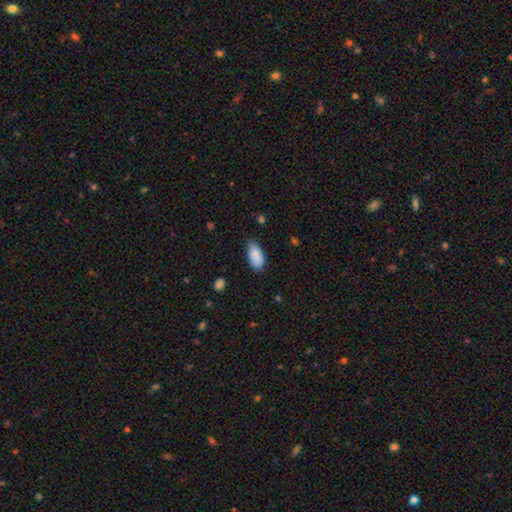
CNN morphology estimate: Smooth or featured? smooth (85%)
How rounded? in between (92%)
Merging? none (67%)